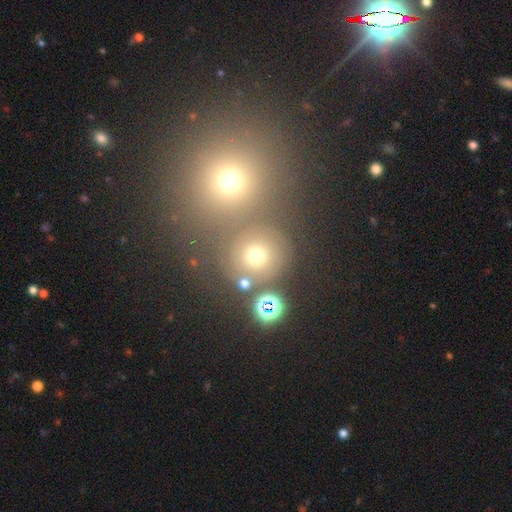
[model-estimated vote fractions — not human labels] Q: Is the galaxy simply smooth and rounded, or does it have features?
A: smooth — 61%.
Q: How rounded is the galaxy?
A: round — 90%.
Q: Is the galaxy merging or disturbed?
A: none — 65%.